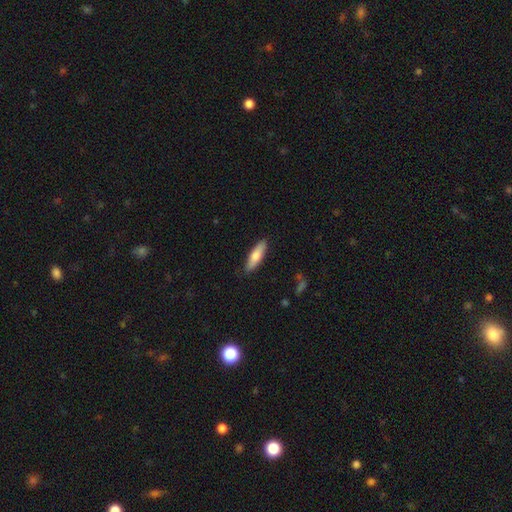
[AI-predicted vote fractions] smooth-or-featured: smooth: 74% | featured or disk: 20% | star or artifact: 5%
  how-rounded: cigar-shaped: 58% | in between: 40% | round: 2%
  merging: none: 87% | minor disturbance: 10% | major disturbance: 2% | merger: 1%